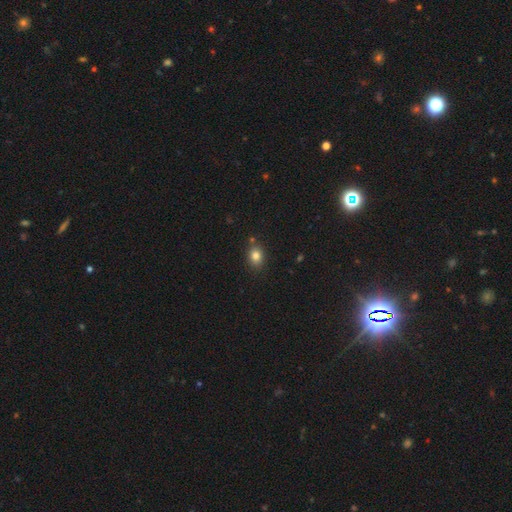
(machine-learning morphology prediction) smooth_or_featured: smooth (p=0.82) [alt: star or artifact p=0.11]
how_rounded: in between (p=0.55) [alt: round p=0.44]
merging: none (p=0.81) [alt: minor disturbance p=0.11]